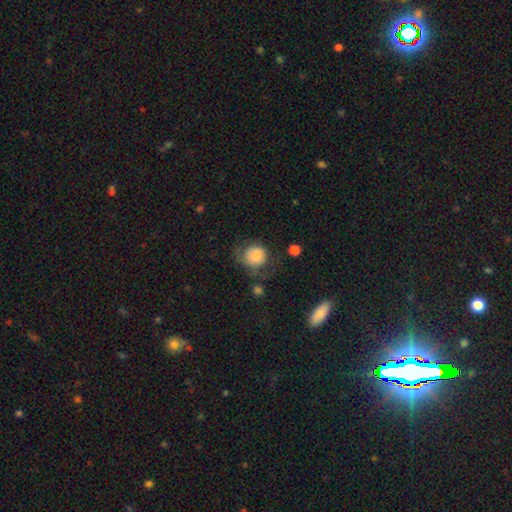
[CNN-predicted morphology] This appears to be a smooth galaxy with no disk features (75%) that is round (81%). Merging: none (45%).